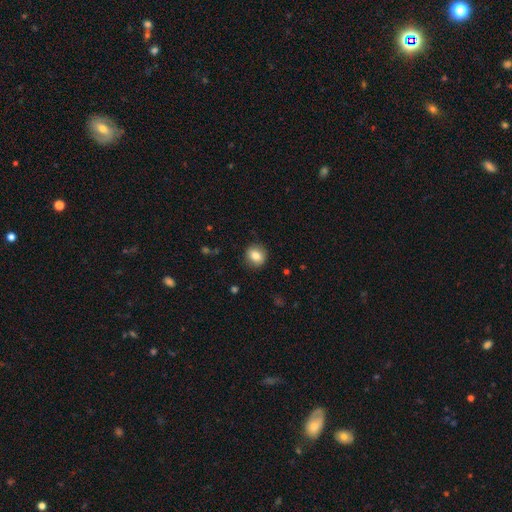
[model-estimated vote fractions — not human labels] This appears to be a smooth galaxy with no disk features (81%) that is round (81%). Merging: none (88%).